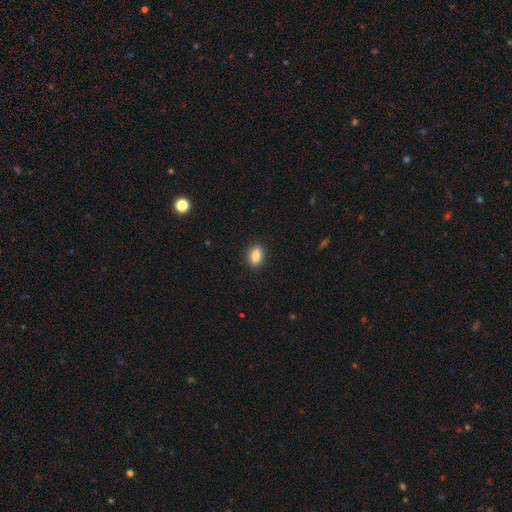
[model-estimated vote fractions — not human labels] Smooth or featured? smooth (86%)
How rounded? in between (84%)
Merging? none (90%)